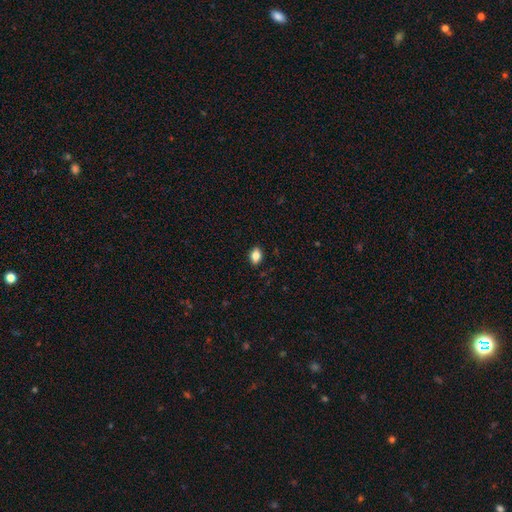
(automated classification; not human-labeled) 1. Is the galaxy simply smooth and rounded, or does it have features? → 82% smooth, 9% star or artifact, 9% featured or disk.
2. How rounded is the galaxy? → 79% in between, 19% round, 2% cigar-shaped.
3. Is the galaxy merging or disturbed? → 88% none, 9% minor disturbance, 2% major disturbance, 1% merger.